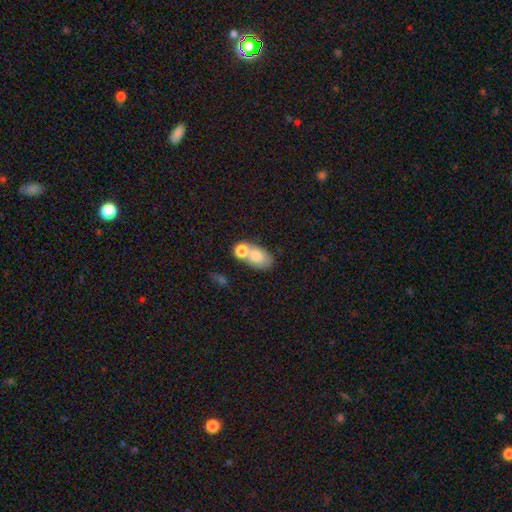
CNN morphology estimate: Q: Smooth or featured?
A: smooth (75%); runner-up: featured or disk (16%)
Q: How rounded?
A: in between (82%); runner-up: round (16%)
Q: Merging?
A: merger (50%); runner-up: none (33%)